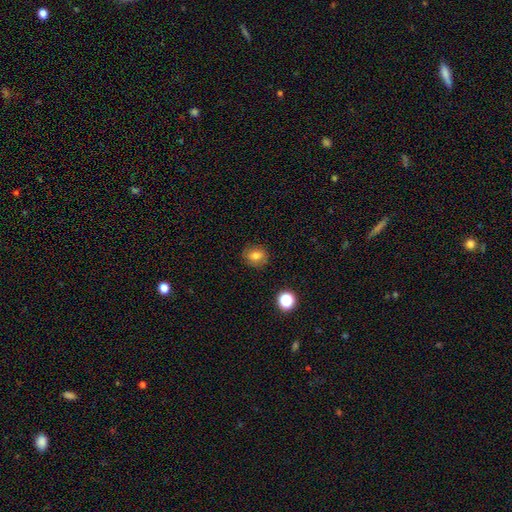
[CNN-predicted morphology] Smooth or featured?
  - smooth: 78% *
  - star or artifact: 12%
  - featured or disk: 10%
How rounded?
  - round: 67% *
  - in between: 32%
  - cigar-shaped: 1%
Merging?
  - none: 85% *
  - minor disturbance: 11%
  - major disturbance: 3%
  - merger: 1%